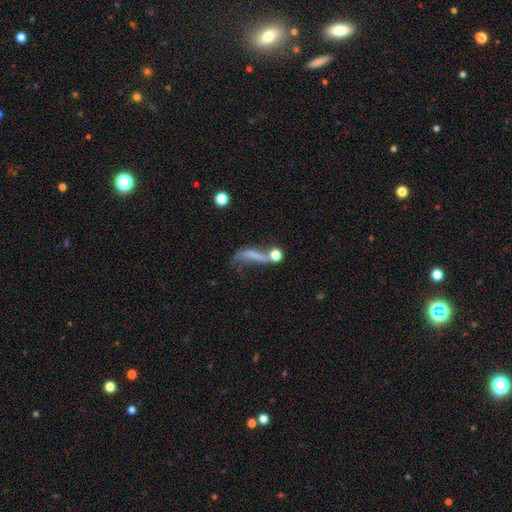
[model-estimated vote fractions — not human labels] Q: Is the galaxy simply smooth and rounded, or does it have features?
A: smooth — 44%.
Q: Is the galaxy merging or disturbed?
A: major disturbance — 32%.